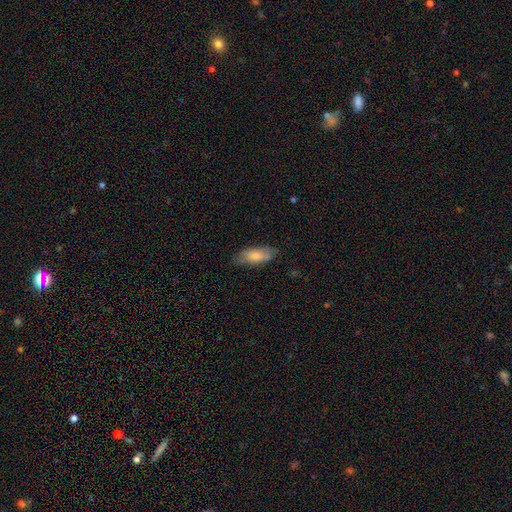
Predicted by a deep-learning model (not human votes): smooth 74%, featured or disk 20%, star or artifact 6%. Down the decision tree: how rounded — in between (77%); merging — none (69%).